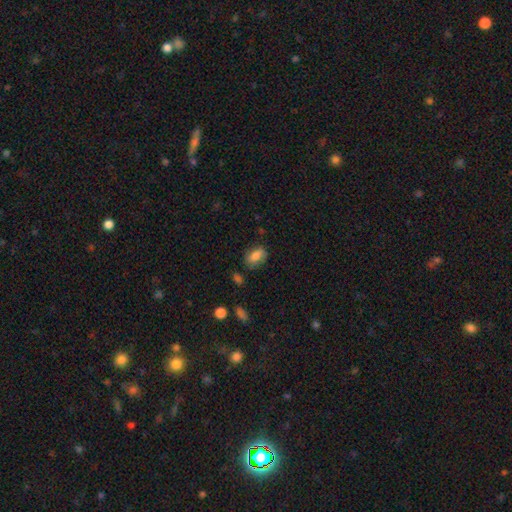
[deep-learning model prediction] A smooth galaxy with no disk features (68%) that is in between round and cigar-shaped (83%). Merging: none (69%).